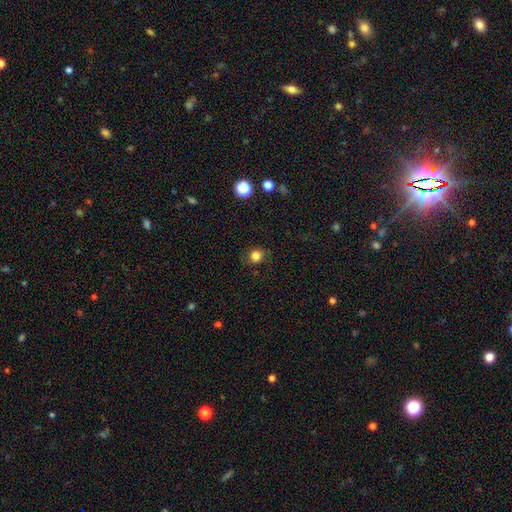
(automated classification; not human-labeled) Smooth or featured? Predicted: smooth (p=0.81). How rounded? Predicted: round (p=0.80). Merging? Predicted: none (p=0.82).